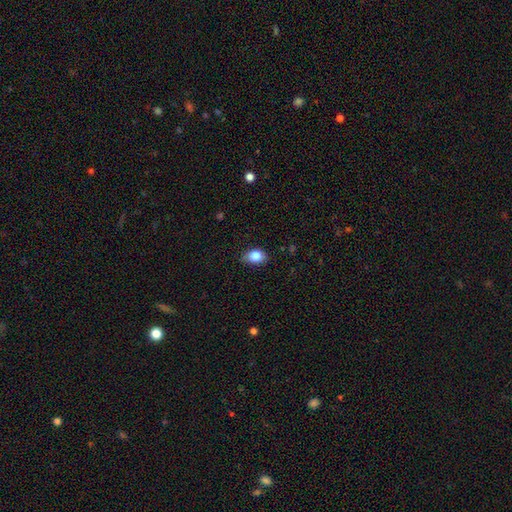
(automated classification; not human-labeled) Smooth or featured? smooth (85%)
How rounded? in between (79%)
Merging? none (77%)